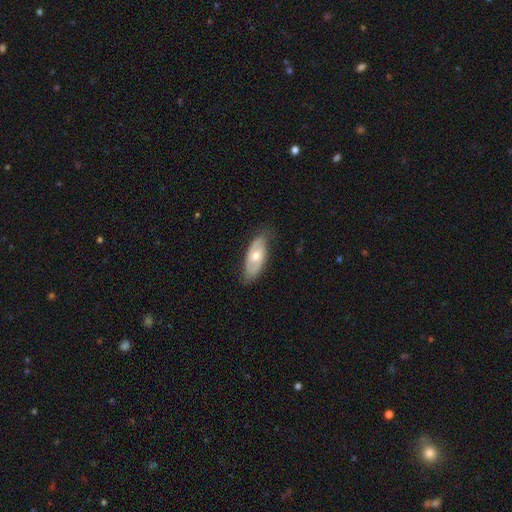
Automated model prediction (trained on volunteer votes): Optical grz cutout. It shows a featured or disk galaxy (54%). Merging: none (78%).